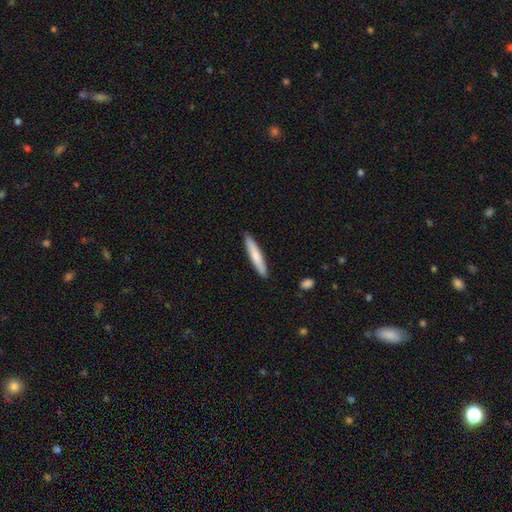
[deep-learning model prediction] This appears to be a smooth galaxy with no disk features (73%) that is cigar-shaped (93%). Merging: none (91%).